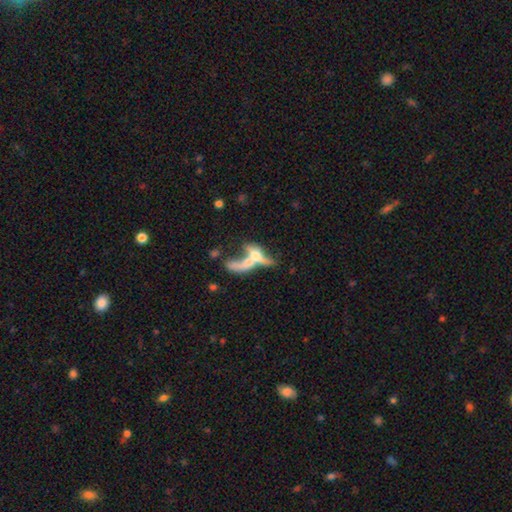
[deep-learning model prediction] A featured or disk galaxy (48%). Merging: merger (63%).